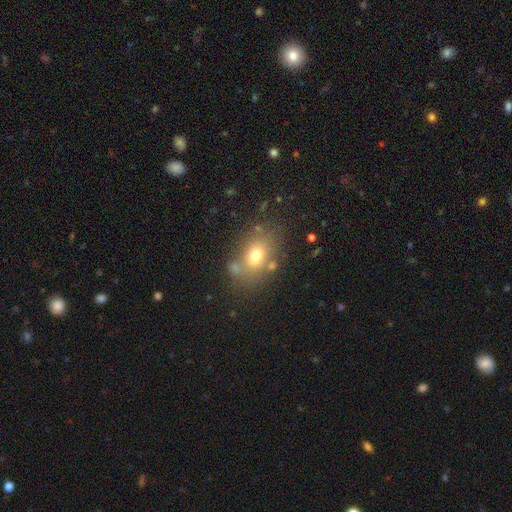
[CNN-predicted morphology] The model was most divided on "how rounded": in between: 70%, round: 29%, cigar-shaped: 2%. More confident: smooth or featured — smooth (70%); merging — none (70%).